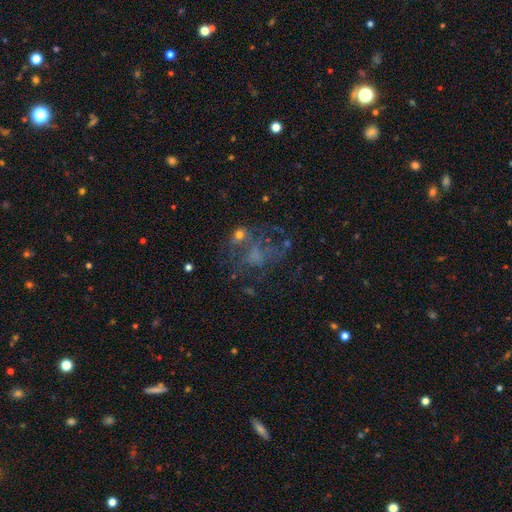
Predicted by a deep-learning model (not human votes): Smooth or featured? Predicted: featured or disk (p=0.53). Edge-on disk? Predicted: no (p=0.97). Bar? Predicted: no (p=0.81). Spiral arms? Predicted: no (p=0.71). Bulge size? Predicted: none (p=0.52). Merging? Predicted: none (p=0.43).